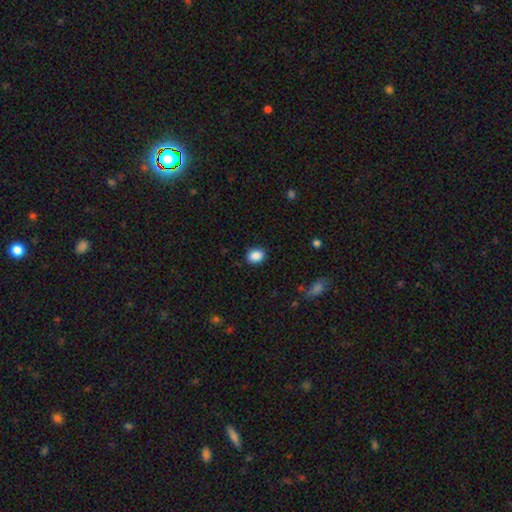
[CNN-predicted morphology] Smooth or featured? Predicted: smooth (p=0.88). How rounded? Predicted: in between (p=0.57). Merging? Predicted: none (p=0.88).